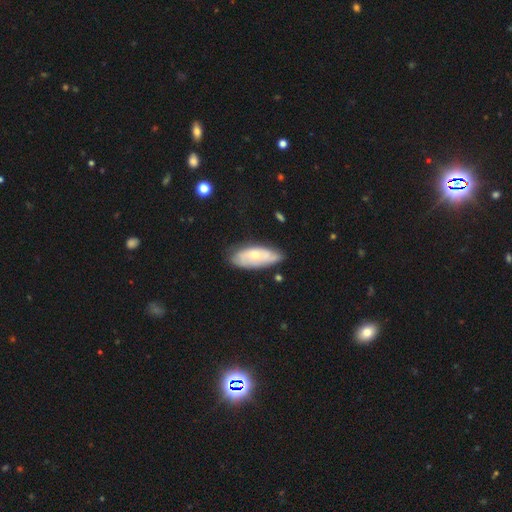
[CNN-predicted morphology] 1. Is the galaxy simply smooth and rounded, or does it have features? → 47% smooth (tied), 47% featured or disk (tied), 6% star or artifact.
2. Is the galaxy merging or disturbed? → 66% none, 25% minor disturbance, 6% major disturbance, 3% merger.